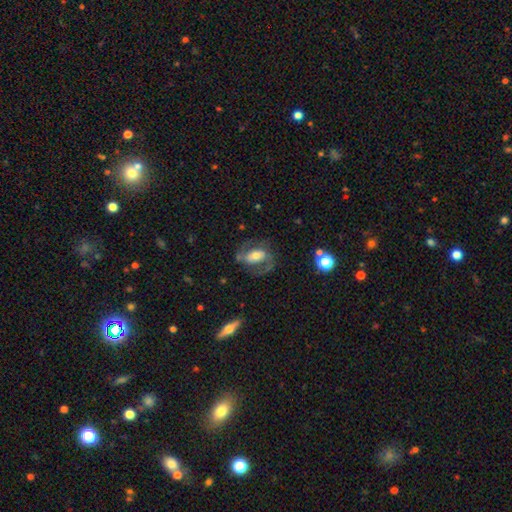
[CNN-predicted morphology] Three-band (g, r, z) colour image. It shows a featured or disk galaxy (70%) with a weak bar (35%), 2 (85%) medium (52%) spiral arms (83%) and a moderate central bulge (53%). Merging: none (66%).